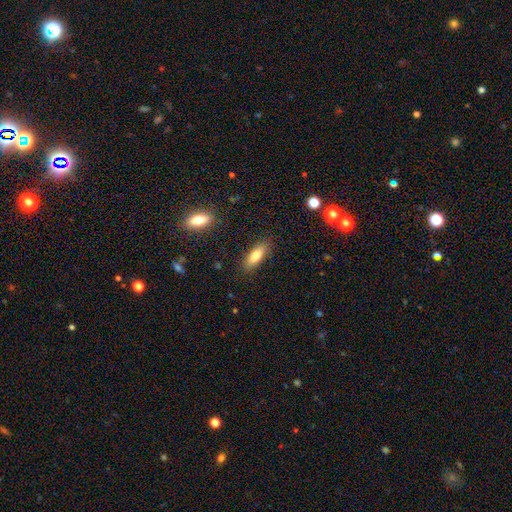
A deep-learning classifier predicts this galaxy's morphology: Q: Smooth or featured?
A: smooth (80%); runner-up: featured or disk (13%)
Q: How rounded?
A: in between (65%); runner-up: cigar-shaped (33%)
Q: Merging?
A: none (84%); runner-up: minor disturbance (11%)